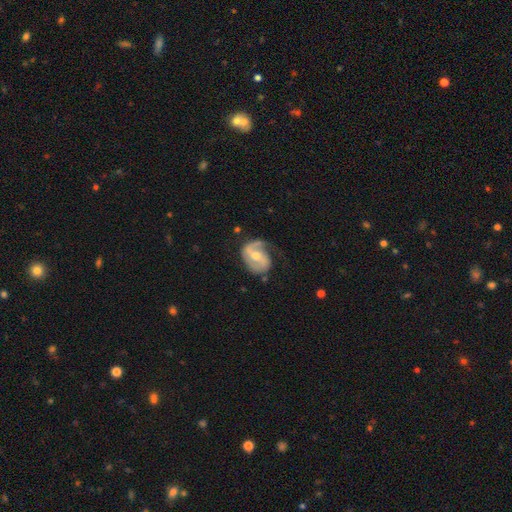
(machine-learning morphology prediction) Overall: featured or disk (81%). Edge-on disk: no (97%). Bar: weak (45%; no 32%). Spiral arms: yes (92%). Spiral arm count: 2 (66%). Spiral winding: medium (45%; tight 32%). Bulge size: moderate (63%; small 31%). Merging: none (59%; minor disturbance 24%).